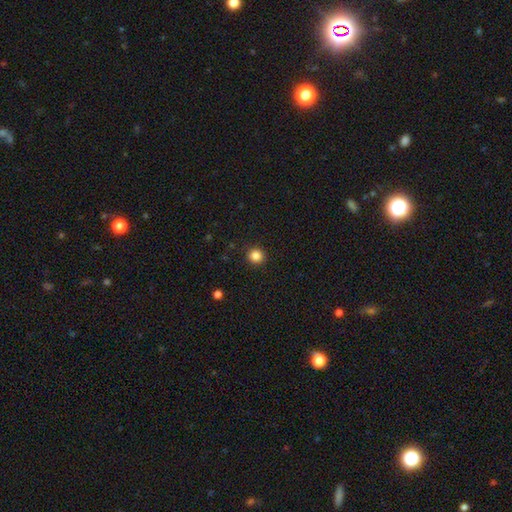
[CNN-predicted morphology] smooth-or-featured: smooth: 85% | star or artifact: 11% | featured or disk: 4%
  how-rounded: round: 93% | in between: 7% | cigar-shaped: 1%
  merging: none: 92% | minor disturbance: 5% | major disturbance: 2% | merger: 1%